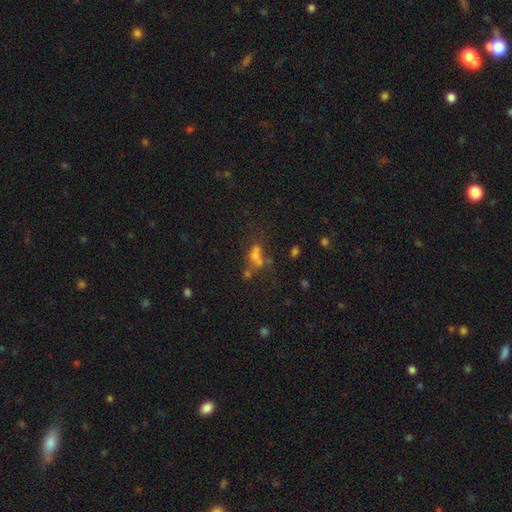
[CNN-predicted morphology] Overall: smooth (46%; star or artifact 29%). Merging: none (38%; merger 34%).